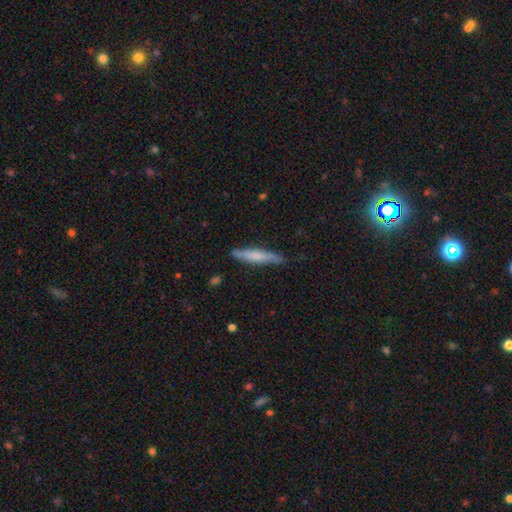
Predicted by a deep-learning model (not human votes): Smooth or featured: smooth — 60% (featured or disk — 34%)
How rounded: cigar-shaped — 91% (in between — 7%)
Merging: none — 81% (minor disturbance — 15%)